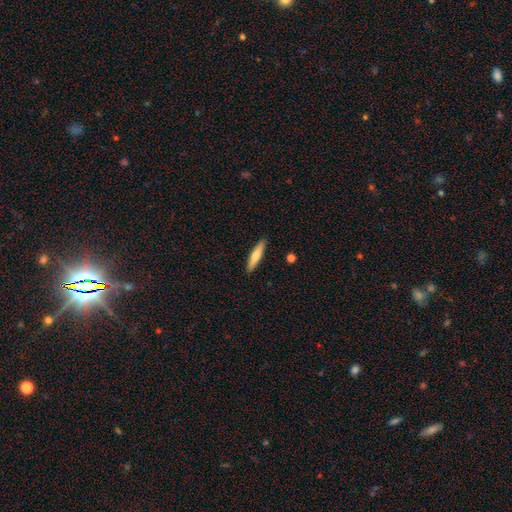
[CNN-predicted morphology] Smooth or featured? Predicted: smooth (p=0.68). How rounded? Predicted: cigar-shaped (p=0.84). Merging? Predicted: none (p=0.90).